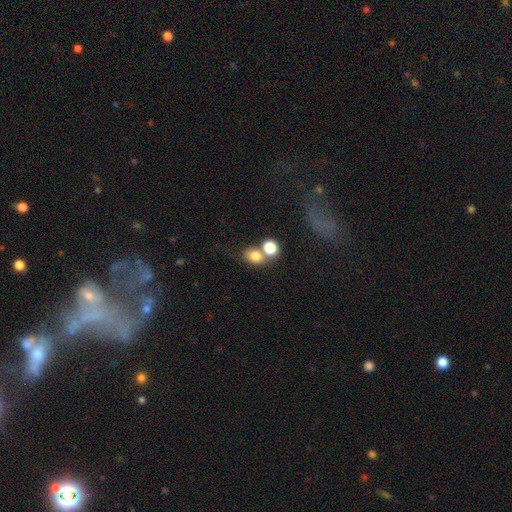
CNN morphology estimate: A smooth galaxy with no disk features (76%) that is round (54%).

Vote fractions:
- Smooth or featured? smooth: 76% / star or artifact: 13% / featured or disk: 11%
- How rounded? round: 54% / in between: 45% / cigar-shaped: 1%
- Merging? none: 43% / merger: 41% / minor disturbance: 10% / major disturbance: 6%